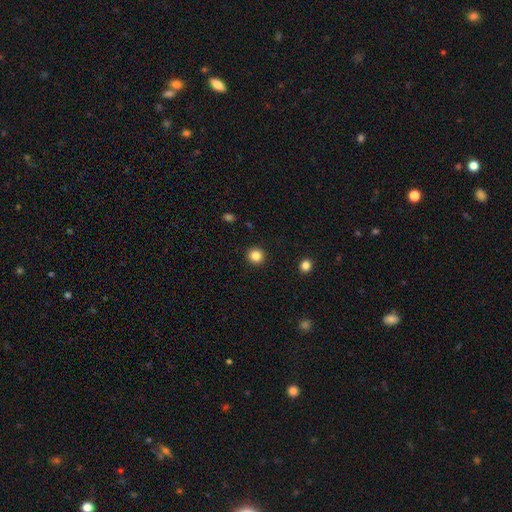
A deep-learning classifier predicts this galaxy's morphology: Overall: smooth (85%). How rounded: round (94%). Merging: none (93%).